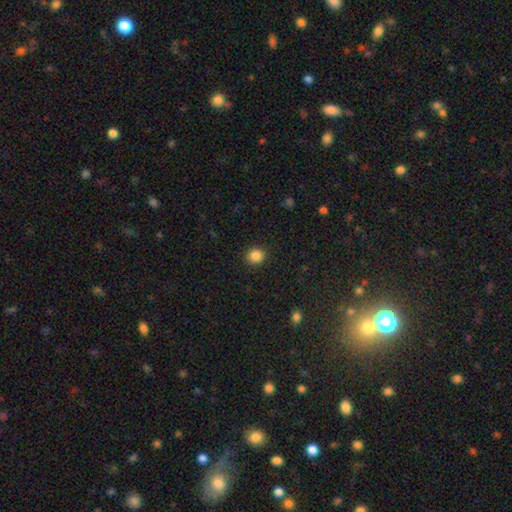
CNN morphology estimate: type=smooth (86%); roundness=round (84%); merging=none (91%).